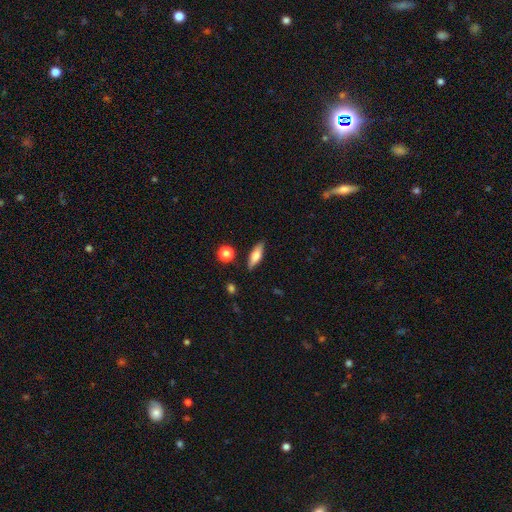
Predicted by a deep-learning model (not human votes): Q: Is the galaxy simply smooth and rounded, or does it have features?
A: smooth — 58%.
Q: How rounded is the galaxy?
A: in between — 50%.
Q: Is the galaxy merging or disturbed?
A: none — 85%.